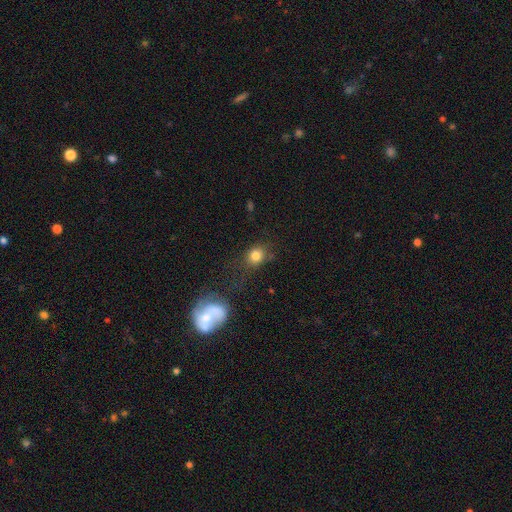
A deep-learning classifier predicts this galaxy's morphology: Q: Smooth or featured?
A: smooth (80%); runner-up: star or artifact (12%)
Q: How rounded?
A: round (72%); runner-up: in between (27%)
Q: Merging?
A: none (68%); runner-up: minor disturbance (16%)